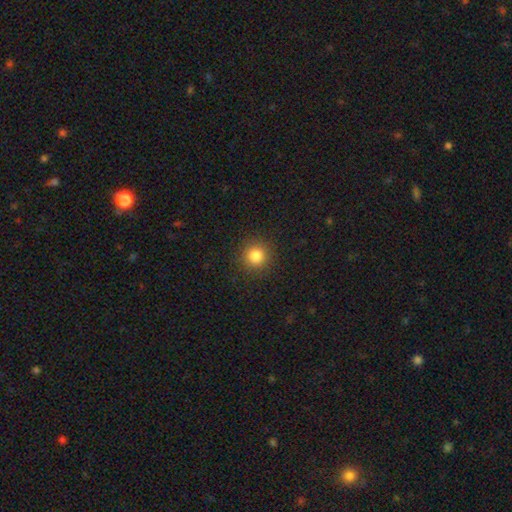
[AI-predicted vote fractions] smooth 83%, star or artifact 12%, featured or disk 5%. Down the decision tree: how rounded — round (94%); merging — none (91%).